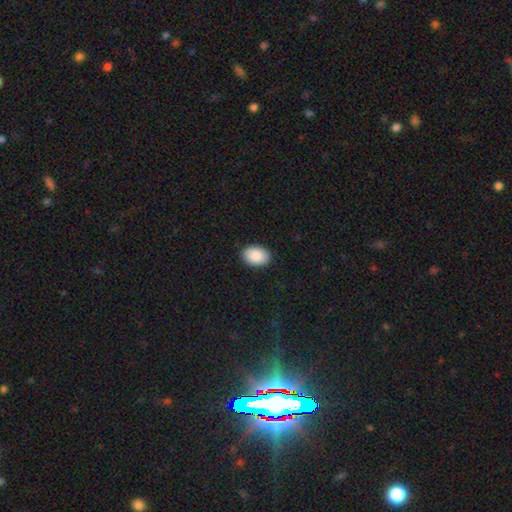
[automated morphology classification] smooth 89%, star or artifact 6%, featured or disk 5%. Down the decision tree: how rounded — in between (80%); merging — none (90%).